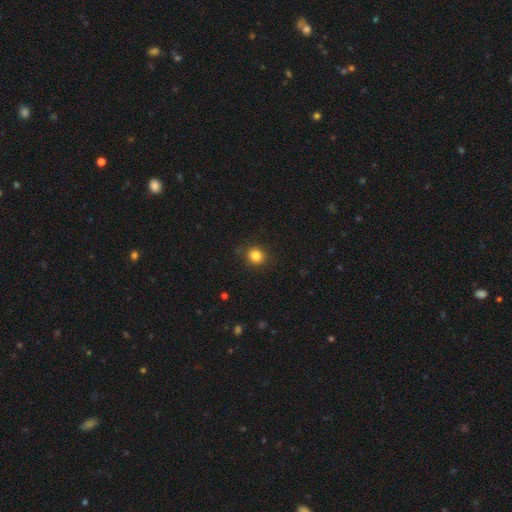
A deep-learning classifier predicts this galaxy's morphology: A smooth galaxy with no disk features (84%) that is round (86%). Merging: none (87%).